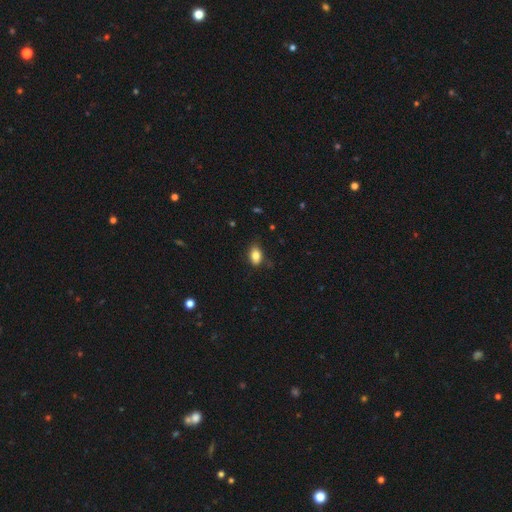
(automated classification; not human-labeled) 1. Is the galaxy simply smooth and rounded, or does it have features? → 84% smooth, 9% star or artifact, 7% featured or disk.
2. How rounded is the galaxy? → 87% in between, 11% round, 2% cigar-shaped.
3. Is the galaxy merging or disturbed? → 78% none, 18% minor disturbance, 3% major disturbance, 1% merger.